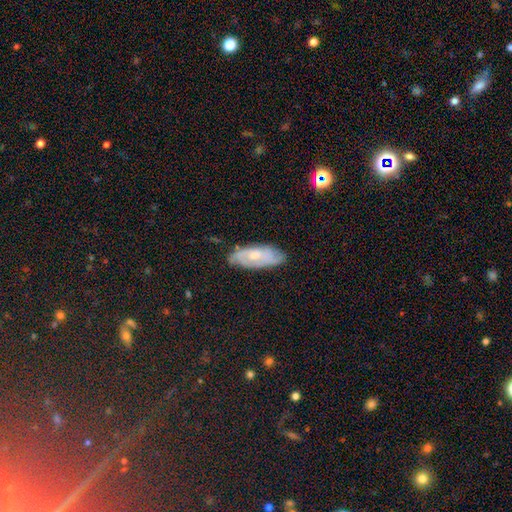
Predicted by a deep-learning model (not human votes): Overall: featured or disk (58%; smooth 34%). Edge-on disk: no (86%). Merging: none (74%).